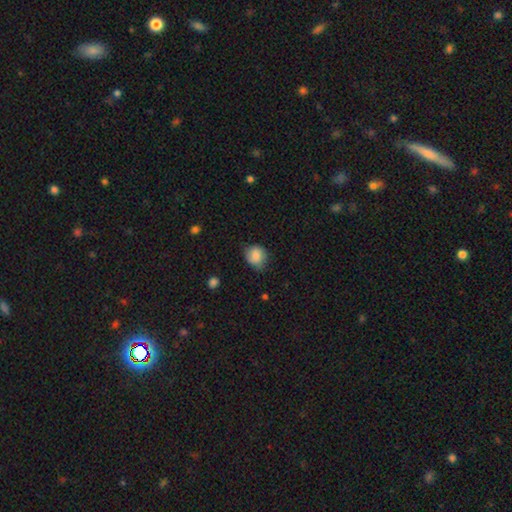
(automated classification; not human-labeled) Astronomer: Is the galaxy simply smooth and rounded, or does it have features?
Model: smooth — 81%.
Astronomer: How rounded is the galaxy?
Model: round — 71%.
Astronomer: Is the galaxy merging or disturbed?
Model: none — 63%.